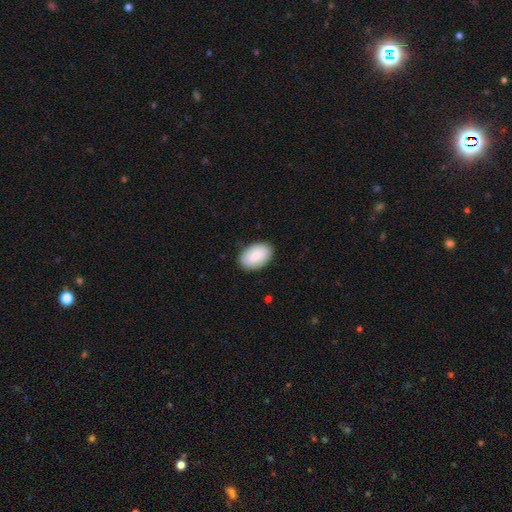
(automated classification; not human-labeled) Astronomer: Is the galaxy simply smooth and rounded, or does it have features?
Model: smooth — 84%.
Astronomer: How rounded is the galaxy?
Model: in between — 91%.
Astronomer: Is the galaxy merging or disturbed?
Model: none — 86%.